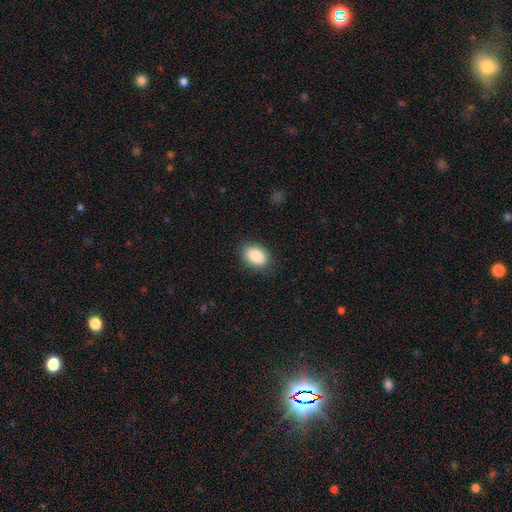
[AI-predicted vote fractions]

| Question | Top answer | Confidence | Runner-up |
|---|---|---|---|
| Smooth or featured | smooth | 85% | featured or disk (8%) |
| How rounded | in between | 77% | round (22%) |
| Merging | none | 84% | minor disturbance (12%) |